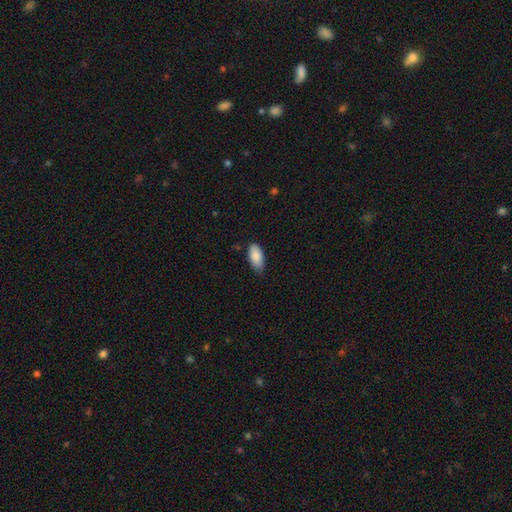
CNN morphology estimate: A smooth galaxy with no disk features (88%) that is in between round and cigar-shaped (93%). Merging: none (76%).